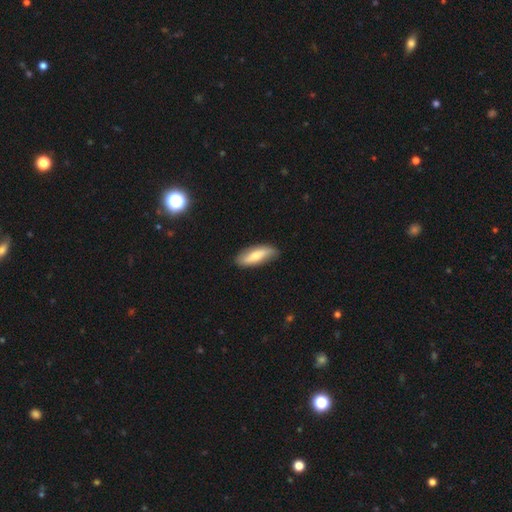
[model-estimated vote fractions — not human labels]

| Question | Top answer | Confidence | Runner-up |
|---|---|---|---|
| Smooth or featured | smooth | 60% | featured or disk (35%) |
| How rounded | in between | 61% | cigar-shaped (36%) |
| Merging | none | 82% | minor disturbance (14%) |